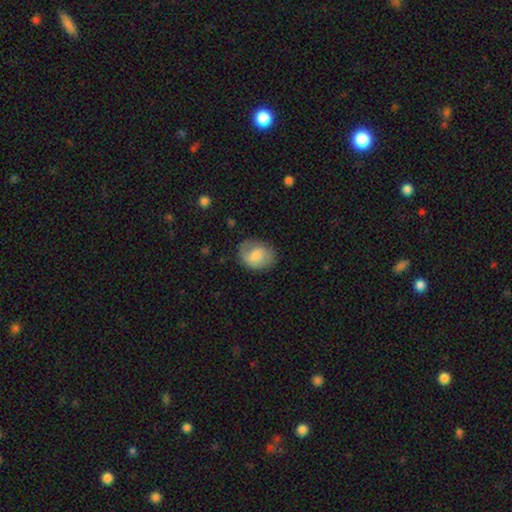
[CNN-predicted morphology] This appears to be a smooth galaxy with no disk features (70%) that is round (50%). Merging: none (69%).